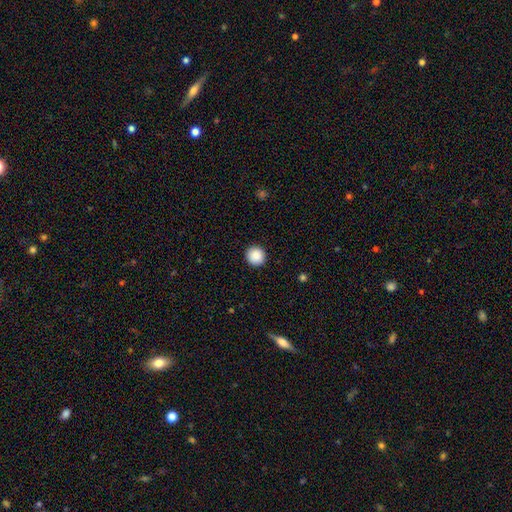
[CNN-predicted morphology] Overall: smooth (89%). How rounded: round (95%). Merging: none (92%).